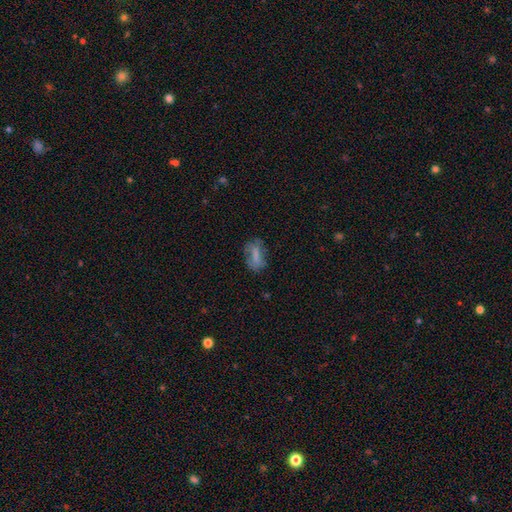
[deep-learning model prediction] The model was most divided on "merging": none: 55%, minor disturbance: 25%, major disturbance: 17%, merger: 3%. More confident: how rounded — in between (77%); smooth or featured — smooth (61%).